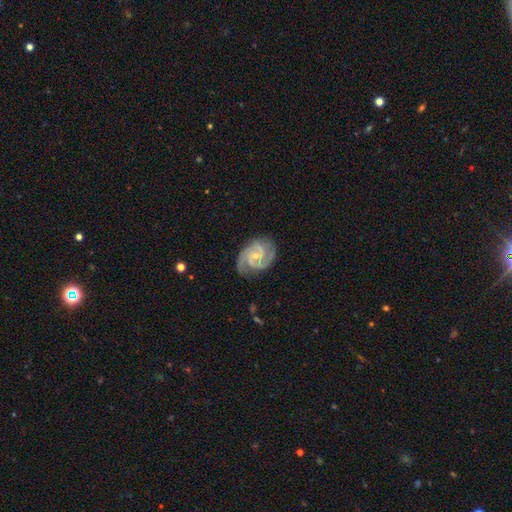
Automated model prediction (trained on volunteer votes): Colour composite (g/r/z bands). It shows a featured or disk galaxy (93%) with no bar (52%), 2 (55%) tight (49%) spiral arms (99%) and a small central bulge (72%). Merging: none (77%).